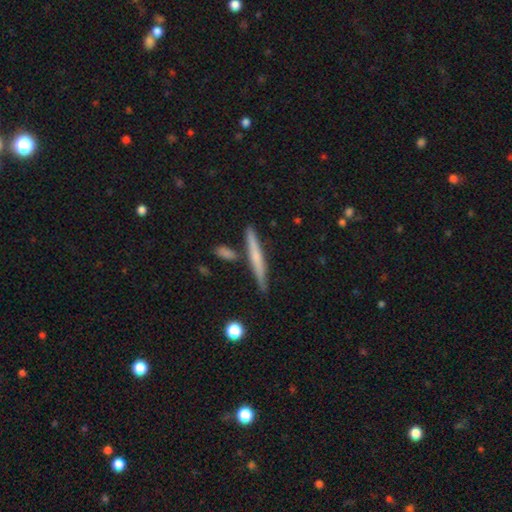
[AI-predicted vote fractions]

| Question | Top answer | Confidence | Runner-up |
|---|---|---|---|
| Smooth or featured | smooth | 52% | featured or disk (42%) |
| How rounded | cigar-shaped | 95% | in between (3%) |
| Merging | none | 83% | minor disturbance (10%) |